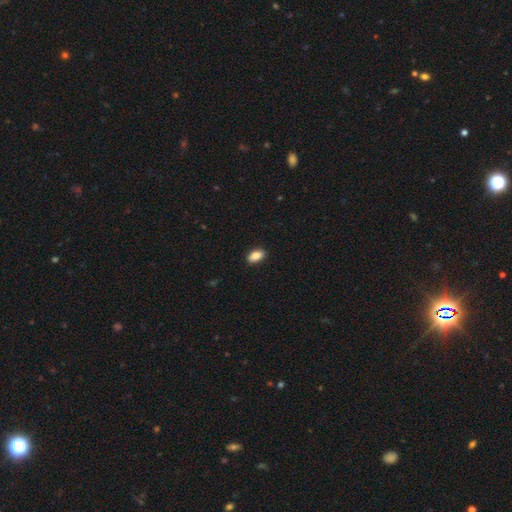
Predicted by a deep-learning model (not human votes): Morphology: type=smooth (86%); roundness=in between (91%); merging=none (89%).